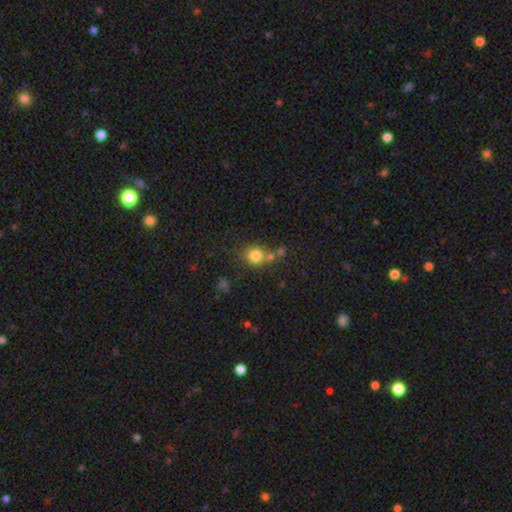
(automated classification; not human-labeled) smooth-or-featured: smooth: 80% | star or artifact: 12% | featured or disk: 8%
  how-rounded: round: 84% | in between: 15% | cigar-shaped: 1%
  merging: none: 65% | merger: 18% | minor disturbance: 12% | major disturbance: 5%